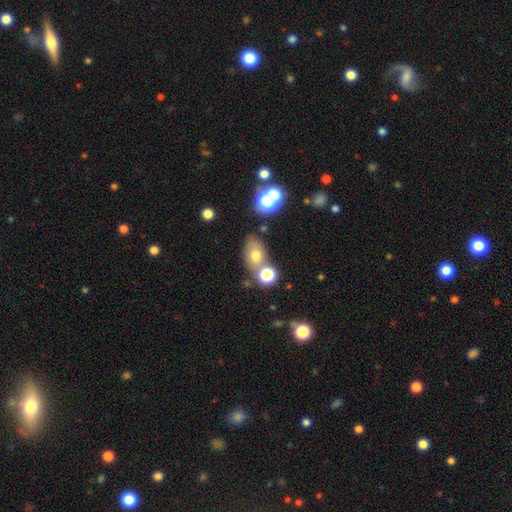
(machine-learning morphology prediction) A smooth galaxy with no disk features (66%) that is in between round and cigar-shaped (71%).

Vote fractions:
- Smooth or featured? smooth: 66% / star or artifact: 17% / featured or disk: 16%
- How rounded? in between: 71% / round: 27% / cigar-shaped: 2%
- Merging? none: 57% / merger: 23% / minor disturbance: 15% / major disturbance: 6%